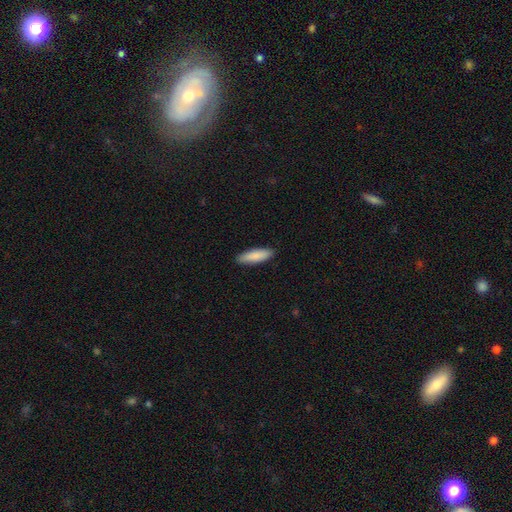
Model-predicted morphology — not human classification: Smooth or featured? smooth (88%)
How rounded? cigar-shaped (53%)
Merging? none (90%)